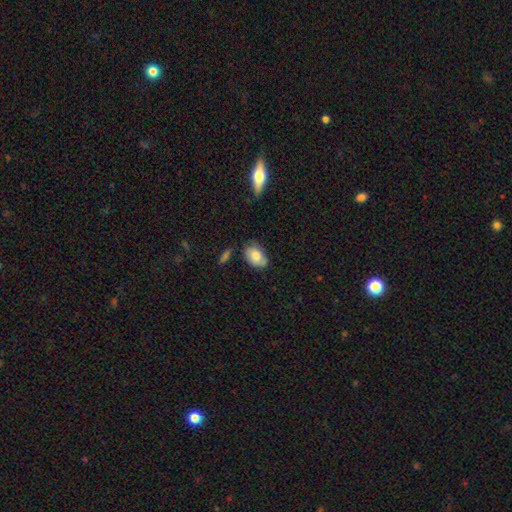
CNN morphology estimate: smooth-or-featured: smooth: 75% | featured or disk: 18% | star or artifact: 7%
  how-rounded: in between: 89% | round: 10% | cigar-shaped: 1%
  merging: none: 65% | minor disturbance: 25% | major disturbance: 5% | merger: 5%